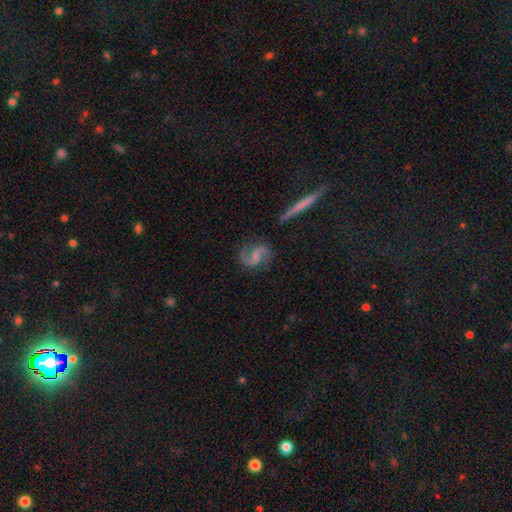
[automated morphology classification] smooth-or-featured: featured or disk: 86% | smooth: 9% | star or artifact: 5%
  disk-edge-on: no: 98% | yes: 2%
    bar: weak: 48% | no: 37% | strong: 15%
    has-spiral-arms: yes: 97% | no: 3%
      spiral-winding: loose: 46% | medium: 44% | tight: 10%
      spiral-arm-count: 2: 93% | can't tell: 2% | 1: 2% | 3: 1% | 4: 1% | more than 4: 1%
    bulge-size: none: 40% | small: 35% | moderate: 21% | large: 2% | dominant: 1%
  merging: none: 77% | minor disturbance: 14% | major disturbance: 6% | merger: 2%